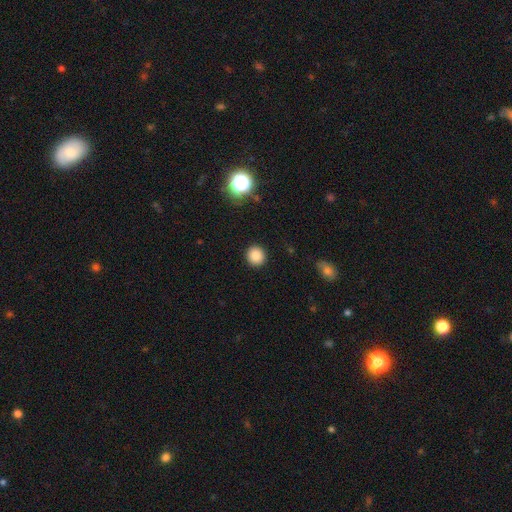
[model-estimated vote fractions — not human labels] The model was most divided on "smooth or featured": smooth: 84%, star or artifact: 11%, featured or disk: 5%. More confident: merging — none (92%); how rounded — round (91%).